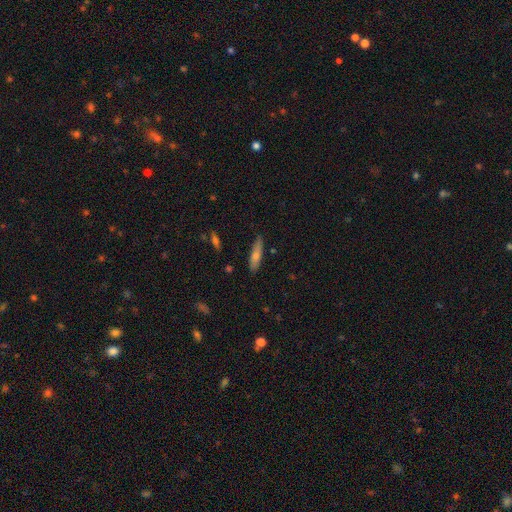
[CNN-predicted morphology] smooth_or_featured: smooth (p=0.63) [alt: featured or disk p=0.29]
how_rounded: cigar-shaped (p=0.76) [alt: in between p=0.22]
merging: none (p=0.85) [alt: minor disturbance p=0.11]